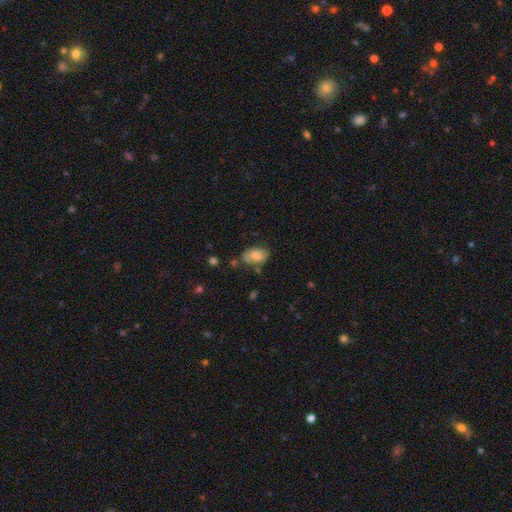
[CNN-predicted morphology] Overall: smooth (76%). How rounded: in between (91%). Merging: none (69%).